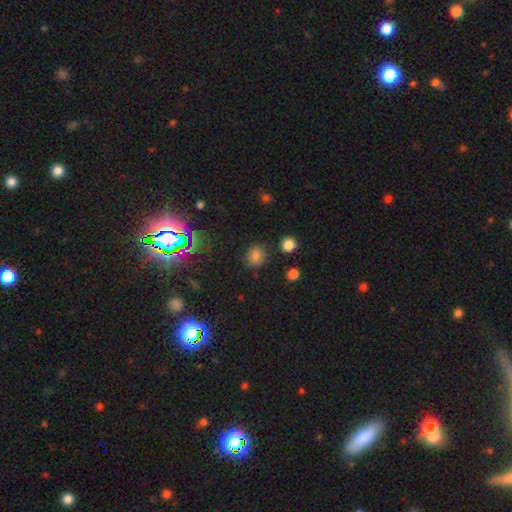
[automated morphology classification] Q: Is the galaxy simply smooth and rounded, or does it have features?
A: smooth — 74%.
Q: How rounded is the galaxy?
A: round — 76%.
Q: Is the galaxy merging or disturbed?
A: none — 84%.